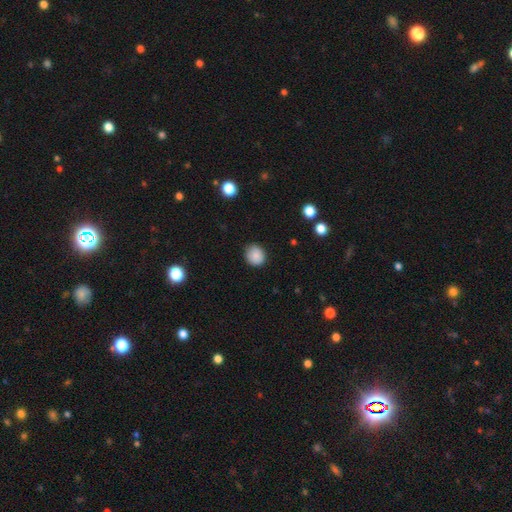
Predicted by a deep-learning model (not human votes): Q: Smooth or featured?
A: smooth (86%); runner-up: star or artifact (9%)
Q: How rounded?
A: round (84%); runner-up: in between (15%)
Q: Merging?
A: none (83%); runner-up: minor disturbance (13%)